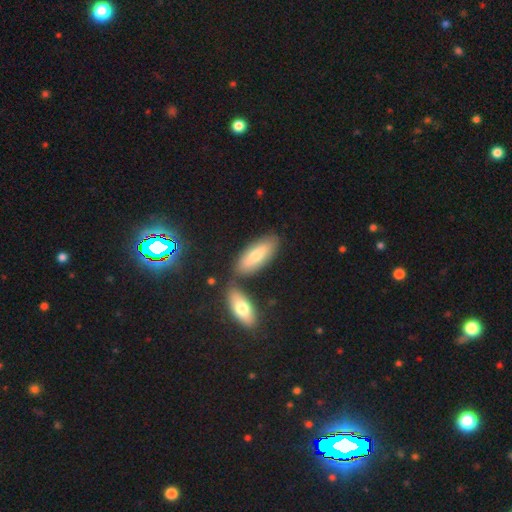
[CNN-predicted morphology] A smooth galaxy with no disk features (66%) that is in between round and cigar-shaped (73%).

Vote fractions:
- Smooth or featured? smooth: 66% / featured or disk: 26% / star or artifact: 8%
- How rounded? in between: 73% / cigar-shaped: 25% / round: 2%
- Merging? none: 70% / merger: 15% / minor disturbance: 12% / major disturbance: 3%